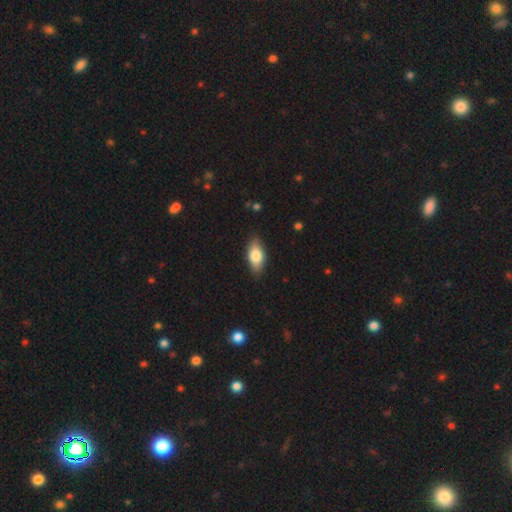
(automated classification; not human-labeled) A smooth galaxy with no disk features (74%) that is in between round and cigar-shaped (86%).

Vote fractions:
- Smooth or featured? smooth: 74% / featured or disk: 19% / star or artifact: 7%
- How rounded? in between: 86% / cigar-shaped: 10% / round: 4%
- Merging? none: 85% / minor disturbance: 12% / major disturbance: 2% / merger: 1%